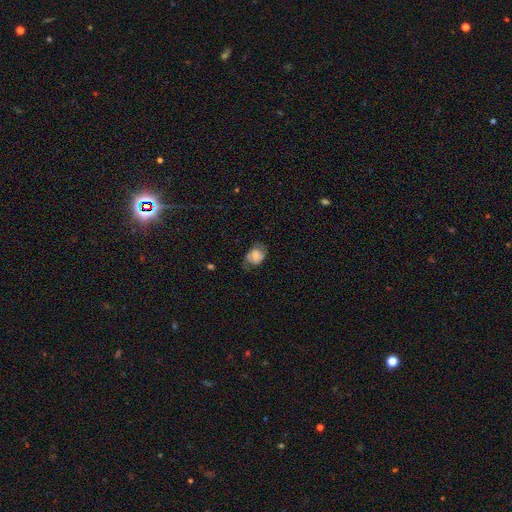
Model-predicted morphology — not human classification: smooth_or_featured: smooth (p=0.52) [alt: featured or disk p=0.39]
how_rounded: in between (p=0.69) [alt: round p=0.30]
merging: none (p=0.54) [alt: minor disturbance p=0.29]